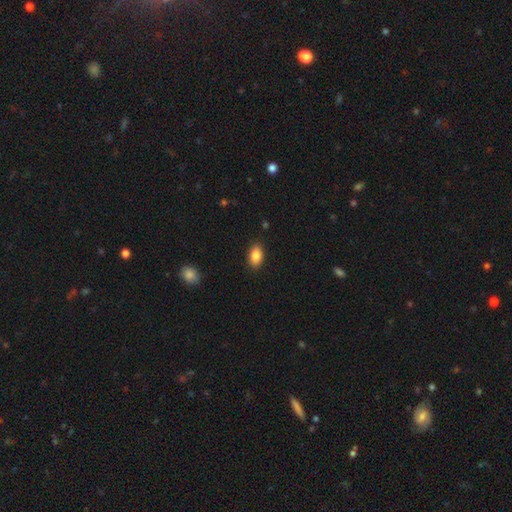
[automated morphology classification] Q: Smooth or featured?
A: smooth (87%); runner-up: star or artifact (8%)
Q: How rounded?
A: in between (91%); runner-up: round (7%)
Q: Merging?
A: none (88%); runner-up: minor disturbance (9%)